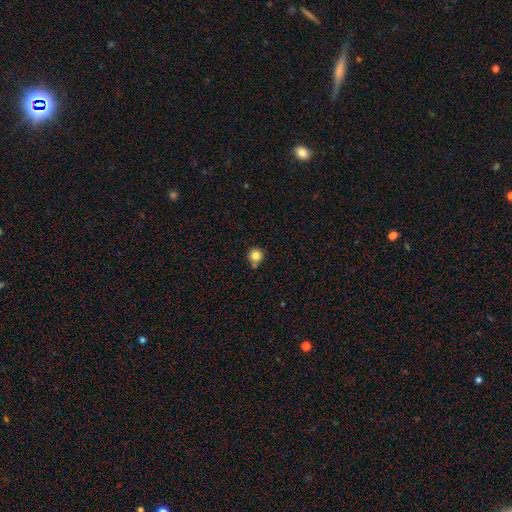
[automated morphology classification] Smooth or featured? smooth (82%)
How rounded? round (94%)
Merging? none (72%)